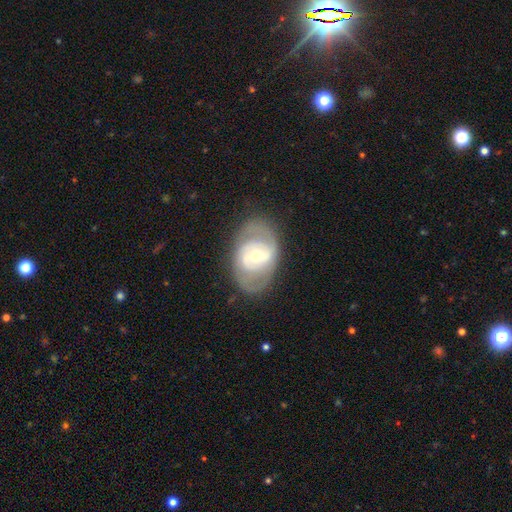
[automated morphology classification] The model was most divided on "spiral winding": tight: 43%, medium: 41%, loose: 16%. Remaining: edge-on disk — no (95%); smooth or featured — featured or disk (75%); spiral arms — yes (75%); merging — none (73%); spiral arm count — 2 (70%); bulge size — moderate (54%); bar — no (48%).